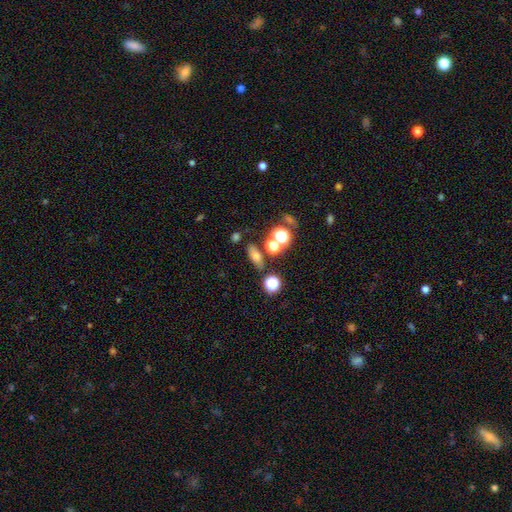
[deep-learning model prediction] smooth-or-featured: smooth: 57% | star or artifact: 24% | featured or disk: 19%
  how-rounded: in between: 64% | round: 20% | cigar-shaped: 15%
  merging: none: 72% | minor disturbance: 12% | merger: 12% | major disturbance: 5%